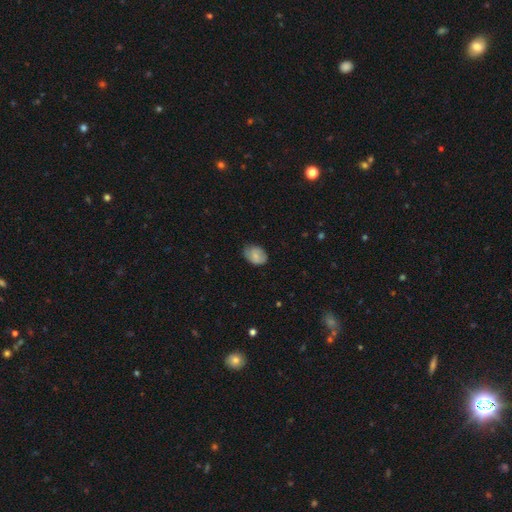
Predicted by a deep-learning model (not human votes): A smooth galaxy with no disk features (77%) that is in between round and cigar-shaped (74%).

Vote fractions:
- Smooth or featured? smooth: 77% / featured or disk: 15% / star or artifact: 7%
- How rounded? in between: 74% / round: 25% / cigar-shaped: 1%
- Merging? none: 65% / minor disturbance: 28% / major disturbance: 6% / merger: 1%